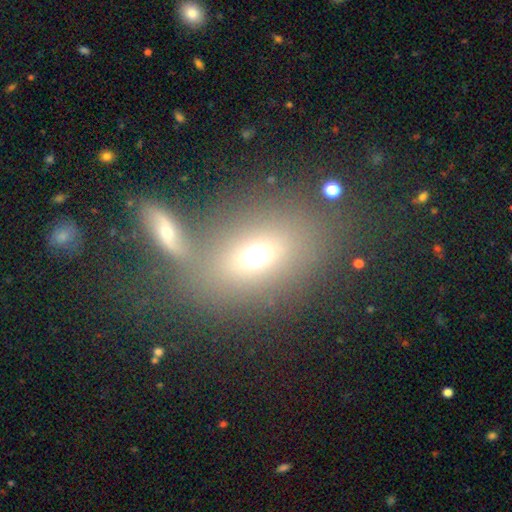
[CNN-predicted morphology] smooth_or_featured: smooth (p=0.67) [alt: featured or disk p=0.19]
how_rounded: in between (p=0.66) [alt: round p=0.31]
merging: none (p=0.47) [alt: merger p=0.37]